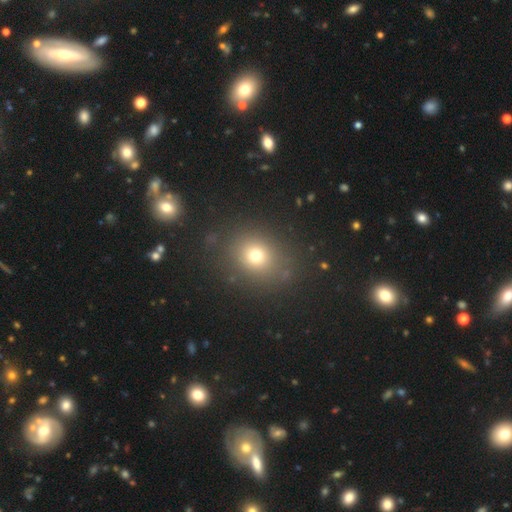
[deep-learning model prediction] Smooth or featured? smooth (73%)
How rounded? round (70%)
Merging? none (84%)